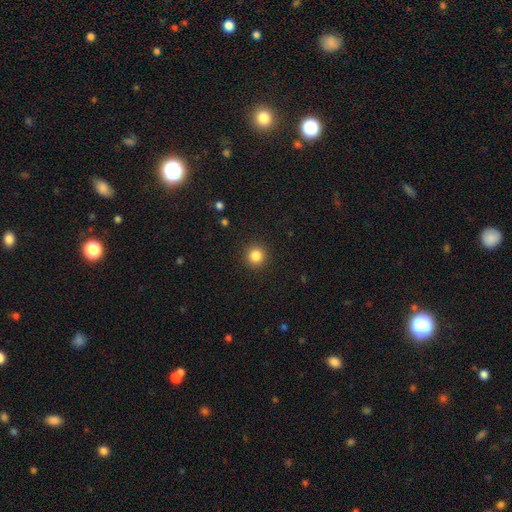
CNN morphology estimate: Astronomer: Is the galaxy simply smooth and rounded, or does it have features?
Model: smooth — 85%.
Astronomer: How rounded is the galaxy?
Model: round — 94%.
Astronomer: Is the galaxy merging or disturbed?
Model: none — 92%.